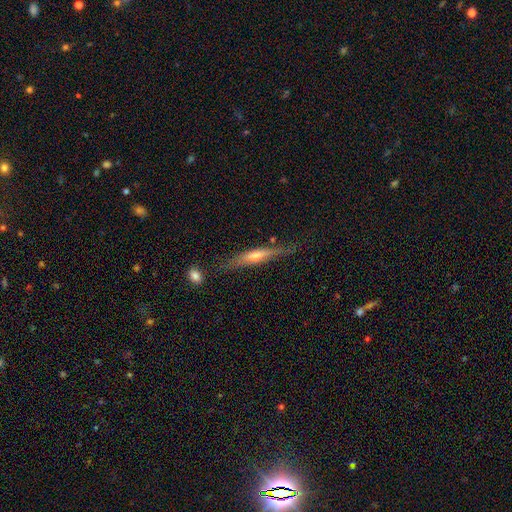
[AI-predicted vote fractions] A featured or disk galaxy (58%) viewed edge-on (92%) with a rounded central bulge (63%).

Vote fractions:
- Smooth or featured? featured or disk: 58% / smooth: 36% / star or artifact: 7%
- Edge-on disk? yes: 92% / no: 8%
- Edge-on bulge? rounded: 63% / none: 23% / boxy: 14%
- Merging? none: 74% / minor disturbance: 18% / major disturbance: 5% / merger: 3%